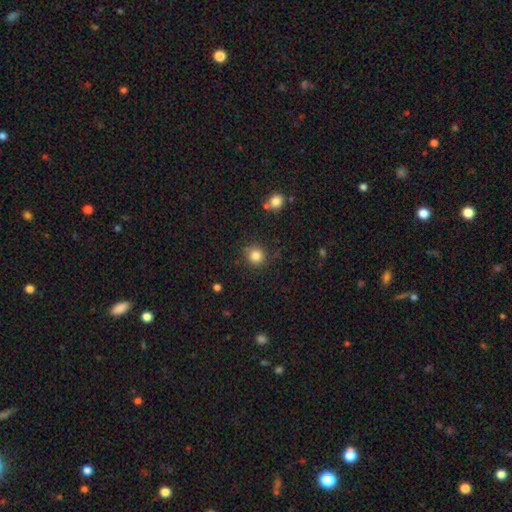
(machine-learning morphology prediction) type=smooth (84%); roundness=round (92%); merging=none (85%).